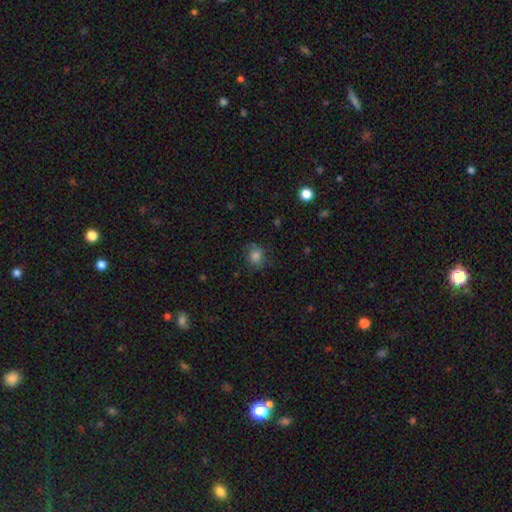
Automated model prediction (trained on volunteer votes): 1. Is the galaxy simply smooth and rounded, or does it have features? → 80% smooth, 12% star or artifact, 8% featured or disk.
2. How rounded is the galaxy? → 71% round, 28% in between, 1% cigar-shaped.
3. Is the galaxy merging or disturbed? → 72% none, 19% minor disturbance, 7% major disturbance, 1% merger.